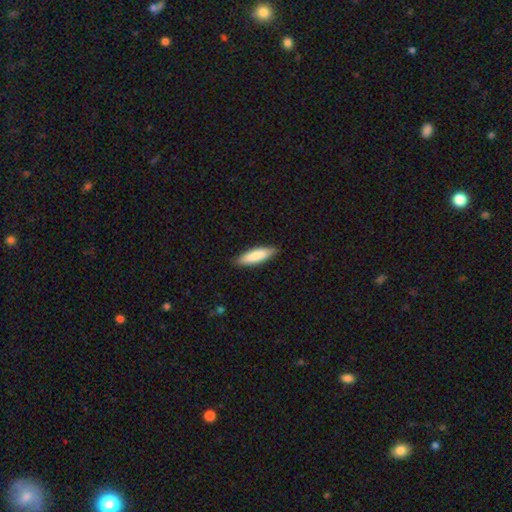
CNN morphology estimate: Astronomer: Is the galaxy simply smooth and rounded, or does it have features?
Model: smooth — 83%.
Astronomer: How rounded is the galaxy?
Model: cigar-shaped — 64%.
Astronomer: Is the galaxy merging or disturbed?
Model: none — 88%.